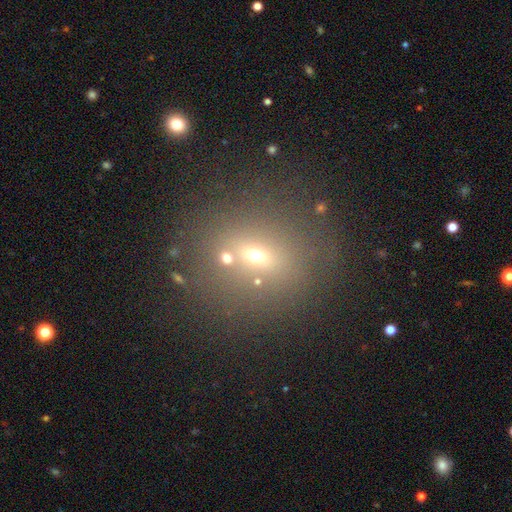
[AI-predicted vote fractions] A smooth galaxy with no disk features (54%) that is round (68%).

Vote fractions:
- Smooth or featured? smooth: 54% / star or artifact: 28% / featured or disk: 18%
- How rounded? round: 68% / in between: 30% / cigar-shaped: 2%
- Merging? none: 74% / minor disturbance: 11% / merger: 10% / major disturbance: 6%